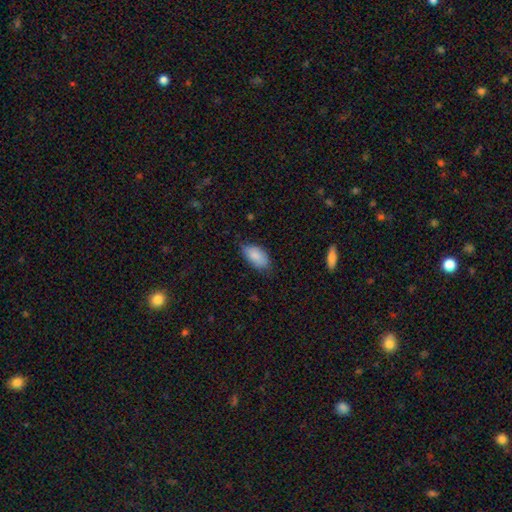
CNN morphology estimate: The model was most divided on "merging": none: 64%, minor disturbance: 29%, major disturbance: 5%, merger: 1%. More confident: how rounded — in between (93%); smooth or featured — smooth (86%).